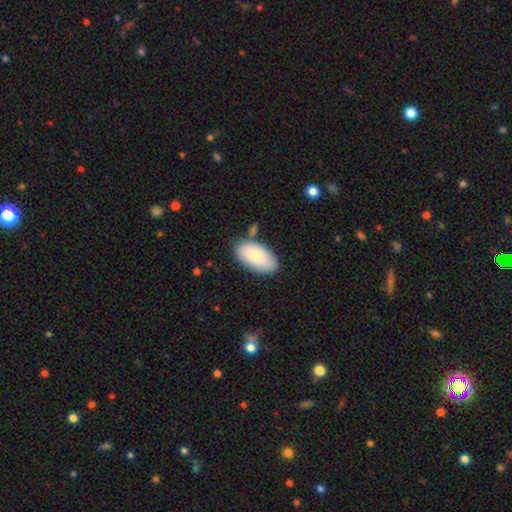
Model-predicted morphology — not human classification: The model was most divided on "merging": none: 77%, minor disturbance: 14%, merger: 6%, major disturbance: 3%. More confident: how rounded — in between (96%); smooth or featured — smooth (81%).